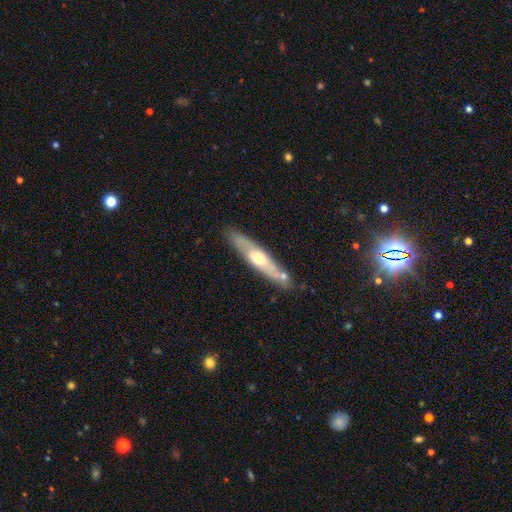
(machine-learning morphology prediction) Smooth or featured: featured or disk — 63% (smooth — 29%)
Edge-on disk: yes — 77% (no — 23%)
Merging: none — 80% (minor disturbance — 14%)